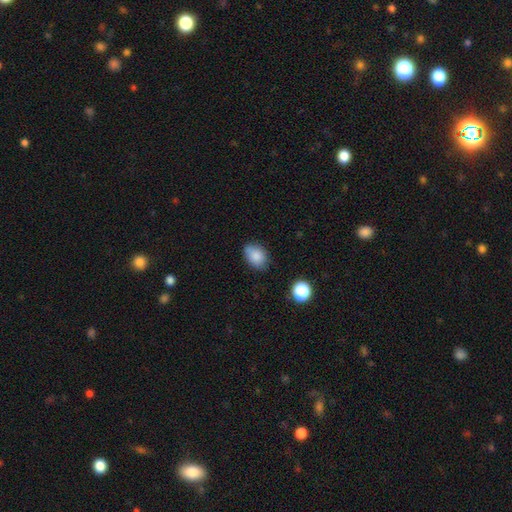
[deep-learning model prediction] Smooth or featured: smooth — 84% (star or artifact — 9%)
How rounded: in between — 71% (round — 28%)
Merging: none — 71% (minor disturbance — 21%)